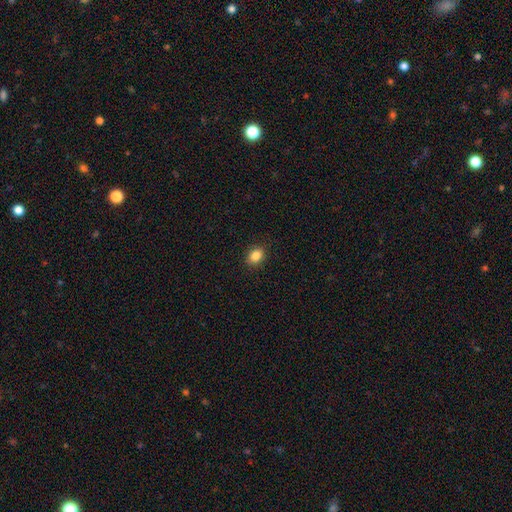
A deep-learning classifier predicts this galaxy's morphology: The model was most divided on "how rounded": in between: 60%, round: 39%, cigar-shaped: 1%. More confident: merging — none (90%); smooth or featured — smooth (85%).